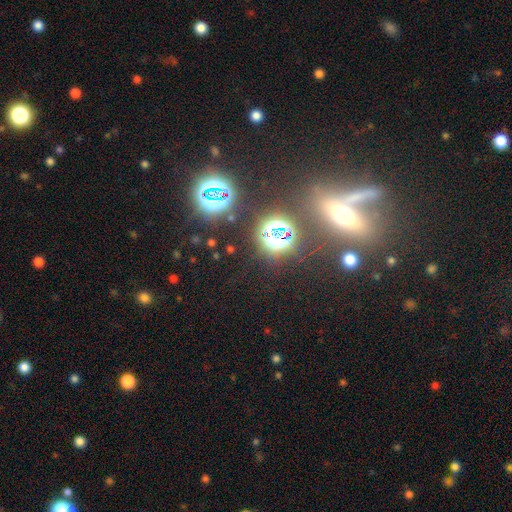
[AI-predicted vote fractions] A star or artifact, not a galaxy (57%).

Vote fractions:
- Smooth or featured? star or artifact: 57% / smooth: 23% / featured or disk: 20%